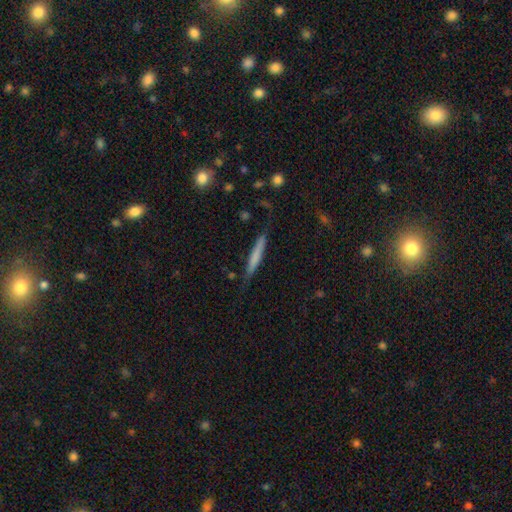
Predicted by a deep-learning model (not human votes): Smooth or featured: smooth — 64% (featured or disk — 31%)
How rounded: cigar-shaped — 95% (in between — 4%)
Merging: none — 80% (minor disturbance — 15%)